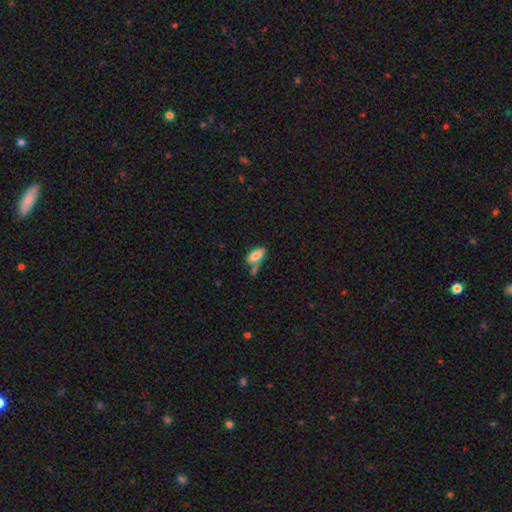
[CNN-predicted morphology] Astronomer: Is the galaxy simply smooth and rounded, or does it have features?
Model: smooth — 77%.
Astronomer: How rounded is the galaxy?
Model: in between — 88%.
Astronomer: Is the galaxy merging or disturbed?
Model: none — 48% (runner-up: merger, 25%).